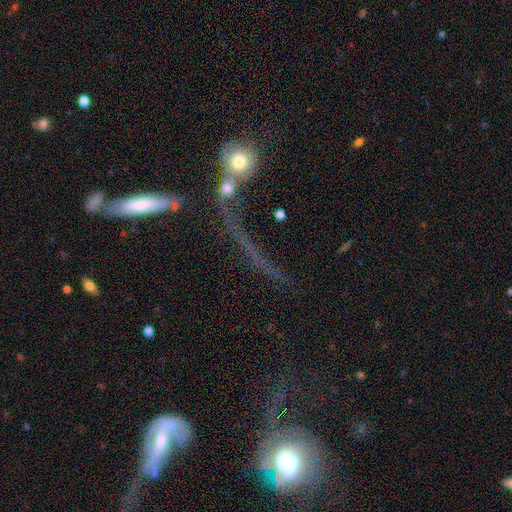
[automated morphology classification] The model was most divided on "merging": none: 35%, major disturbance: 30%, merger: 21%, minor disturbance: 14%. Remaining: smooth or featured — featured or disk (49%).